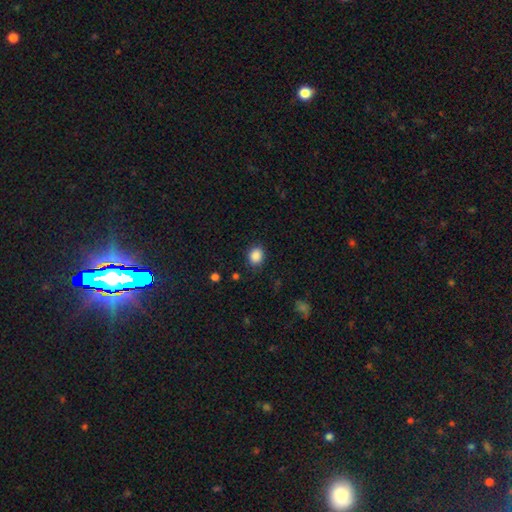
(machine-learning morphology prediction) smooth 87%, star or artifact 9%, featured or disk 3%. Down the decision tree: how rounded — round (60%); merging — none (84%).